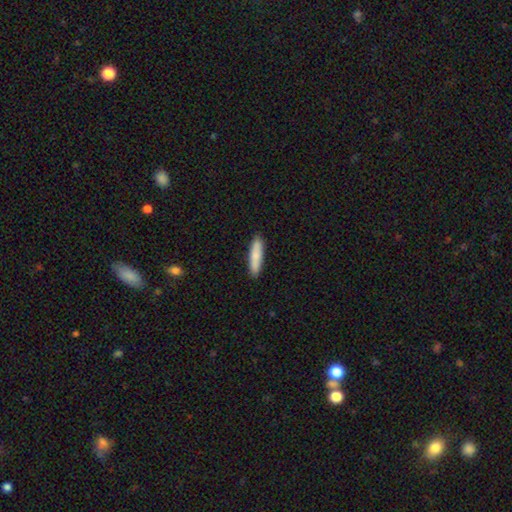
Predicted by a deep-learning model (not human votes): Smooth or featured? smooth (83%)
How rounded? cigar-shaped (77%)
Merging? none (90%)